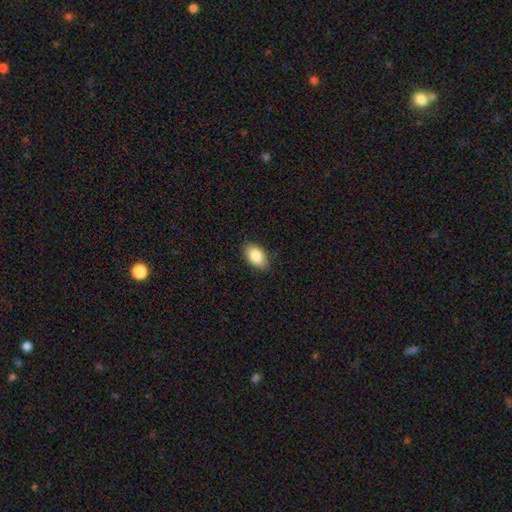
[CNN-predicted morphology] The model was most divided on "merging": none: 86%, minor disturbance: 11%, major disturbance: 2%, merger: 1%. More confident: how rounded — in between (92%); smooth or featured — smooth (86%).